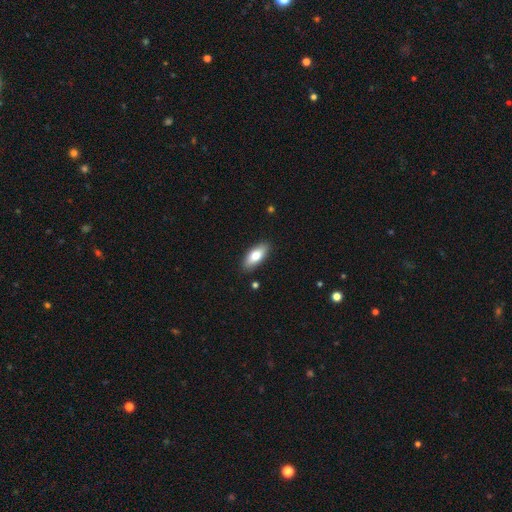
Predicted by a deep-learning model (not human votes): Smooth or featured? smooth (76%)
How rounded? in between (81%)
Merging? none (88%)